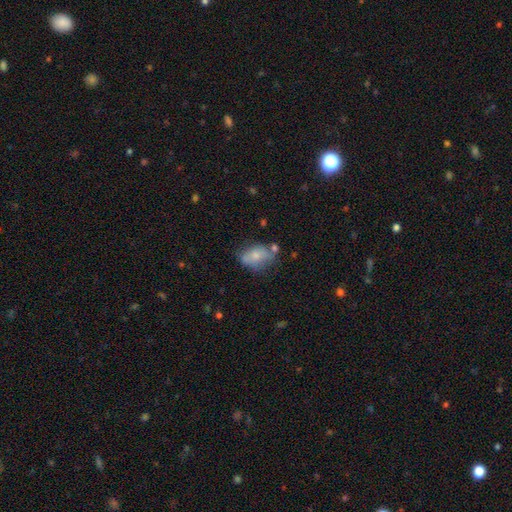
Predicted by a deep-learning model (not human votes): A smooth galaxy with no disk features (68%) that is in between round and cigar-shaped (83%).

Vote fractions:
- Smooth or featured? smooth: 68% / featured or disk: 24% / star or artifact: 8%
- How rounded? in between: 83% / round: 14% / cigar-shaped: 3%
- Merging? none: 48% / minor disturbance: 27% / merger: 14% / major disturbance: 11%